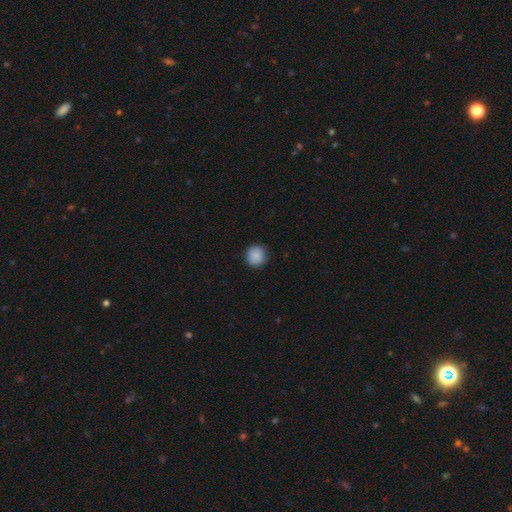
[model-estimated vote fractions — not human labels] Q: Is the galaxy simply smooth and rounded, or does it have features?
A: smooth — 89%.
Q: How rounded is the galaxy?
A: round — 91%.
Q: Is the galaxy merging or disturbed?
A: none — 90%.